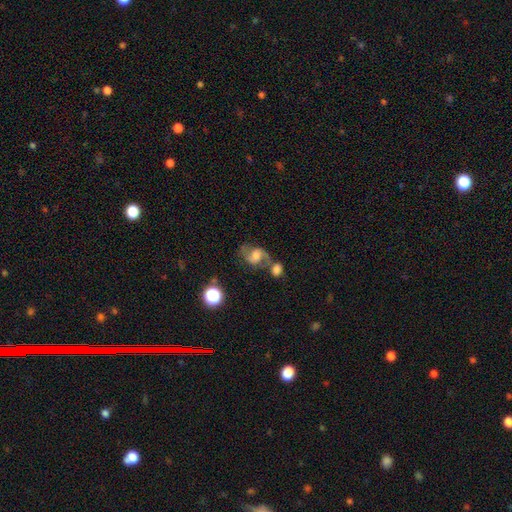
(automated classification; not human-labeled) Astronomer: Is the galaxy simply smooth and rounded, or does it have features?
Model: featured or disk — 67%.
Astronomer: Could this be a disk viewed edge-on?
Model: no — 97%.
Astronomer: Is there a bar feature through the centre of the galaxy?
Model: weak — 46% (runner-up: no, 40%).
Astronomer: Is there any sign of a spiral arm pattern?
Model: yes — 90%.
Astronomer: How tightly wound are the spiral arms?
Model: loose — 46% (runner-up: medium, 44%).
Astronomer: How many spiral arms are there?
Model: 2 — 89%.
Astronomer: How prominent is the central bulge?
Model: moderate — 40% (runner-up: large, 23%).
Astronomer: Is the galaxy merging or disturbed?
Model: none — 43% (runner-up: merger, 31%).